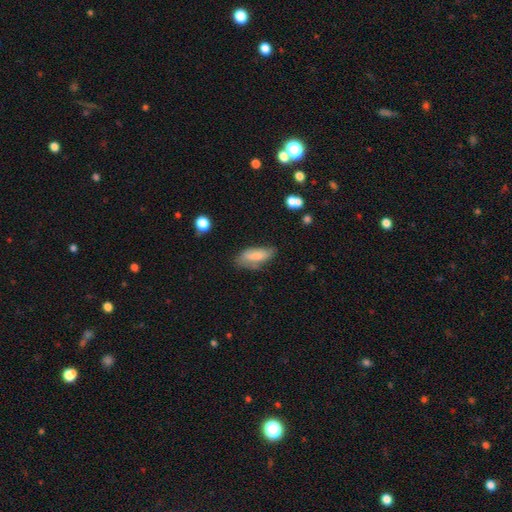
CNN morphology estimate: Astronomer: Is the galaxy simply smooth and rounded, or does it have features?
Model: smooth — 74%.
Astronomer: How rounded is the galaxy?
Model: in between — 76%.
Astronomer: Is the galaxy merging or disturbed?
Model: none — 56% (runner-up: minor disturbance, 31%).